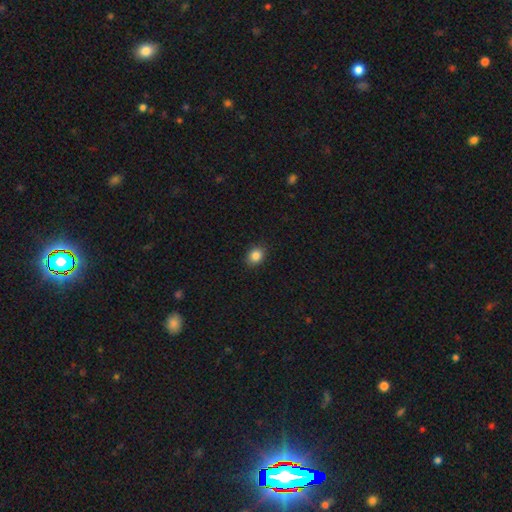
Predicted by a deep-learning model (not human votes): A smooth galaxy with no disk features (85%) that is round (52%). Merging: none (89%).